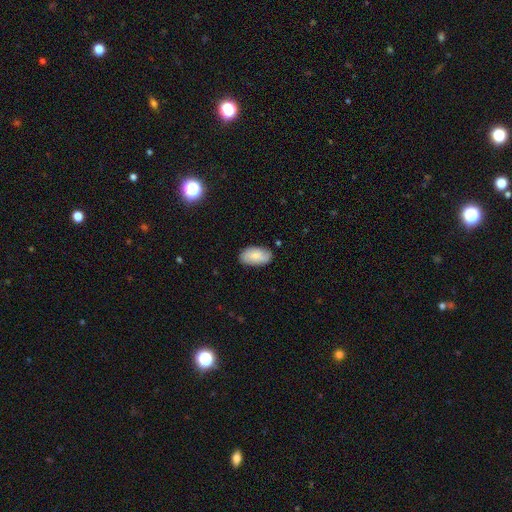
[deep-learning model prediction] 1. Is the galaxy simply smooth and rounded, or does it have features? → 70% smooth, 23% featured or disk, 7% star or artifact.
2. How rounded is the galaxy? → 94% in between, 3% round, 2% cigar-shaped.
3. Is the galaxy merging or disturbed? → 79% none, 16% minor disturbance, 3% major disturbance, 1% merger.